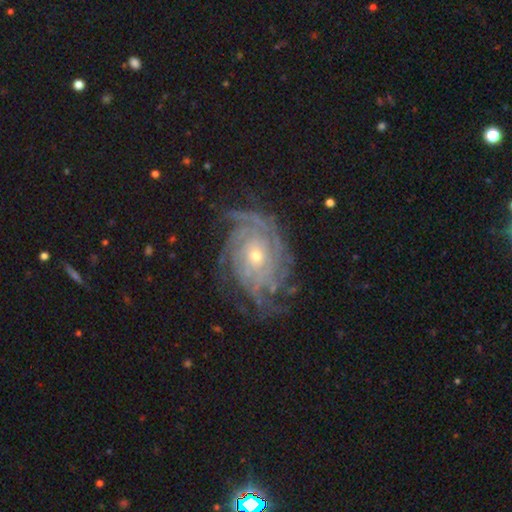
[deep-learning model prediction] smooth-or-featured: featured or disk: 89% | star or artifact: 7% | smooth: 5%
  disk-edge-on: no: 96% | yes: 4%
    bar: no: 75% | weak: 19% | strong: 6%
    has-spiral-arms: yes: 97% | no: 3%
      spiral-winding: tight: 75% | medium: 20% | loose: 5%
      spiral-arm-count: can't tell: 27% | more than 4: 22% | 4: 21% | 3: 13% | 2: 10% | 1: 8%
    bulge-size: small: 61% | moderate: 36% | large: 2% | none: 1% | dominant: 1%
  merging: none: 74% | minor disturbance: 17% | major disturbance: 8% | merger: 1%